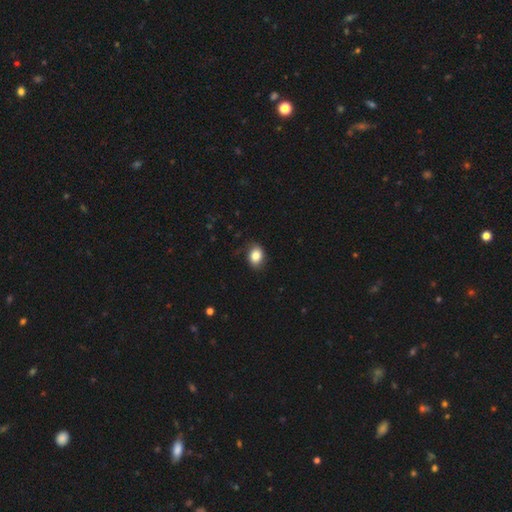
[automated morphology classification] smooth-or-featured: smooth: 83% | featured or disk: 9% | star or artifact: 8%
  how-rounded: in between: 67% | round: 32% | cigar-shaped: 1%
  merging: none: 77% | minor disturbance: 18% | major disturbance: 4% | merger: 1%